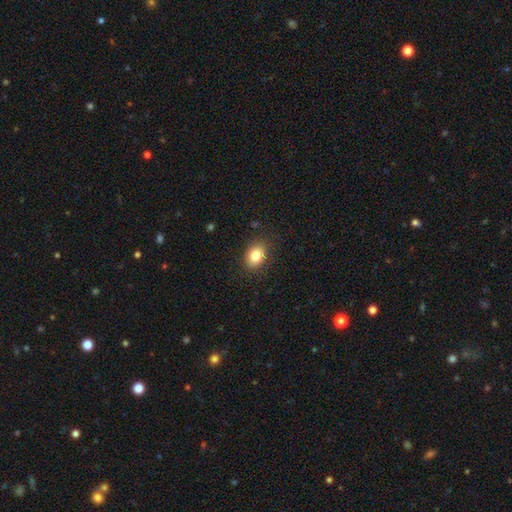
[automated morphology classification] Smooth or featured? smooth (84%)
How rounded? in between (71%)
Merging? none (86%)